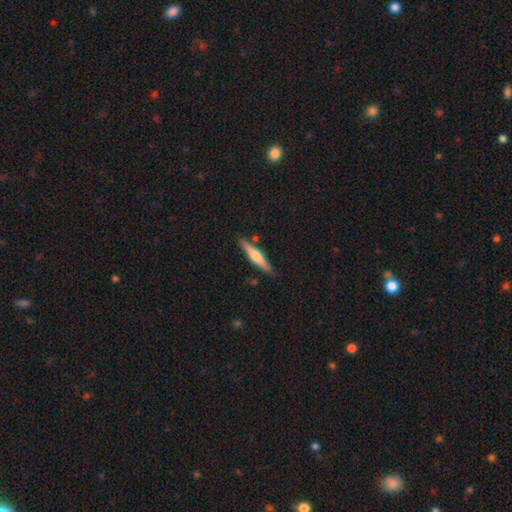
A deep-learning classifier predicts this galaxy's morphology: A featured or disk galaxy (49%). Merging: none (85%).